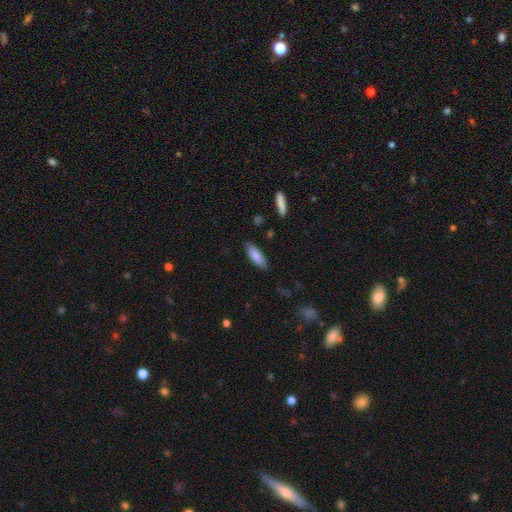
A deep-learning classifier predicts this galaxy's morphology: This is clearly a smooth galaxy (85%). How rounded: likely in between (62%). Merging: clearly none (85%).